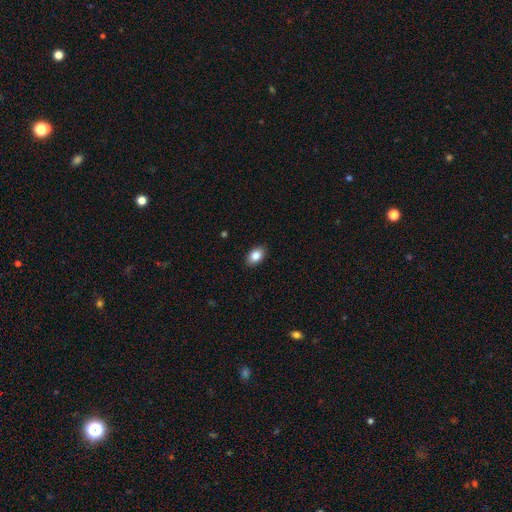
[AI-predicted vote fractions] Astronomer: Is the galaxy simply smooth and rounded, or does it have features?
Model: smooth — 84%.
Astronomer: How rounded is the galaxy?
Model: in between — 89%.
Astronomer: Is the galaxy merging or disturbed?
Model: none — 89%.